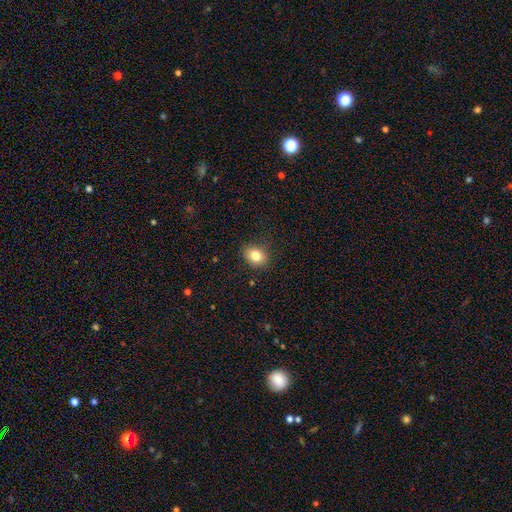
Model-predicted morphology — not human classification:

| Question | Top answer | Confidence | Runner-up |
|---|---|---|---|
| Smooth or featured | smooth | 82% | star or artifact (10%) |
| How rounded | in between | 60% | round (39%) |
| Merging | none | 85% | minor disturbance (11%) |